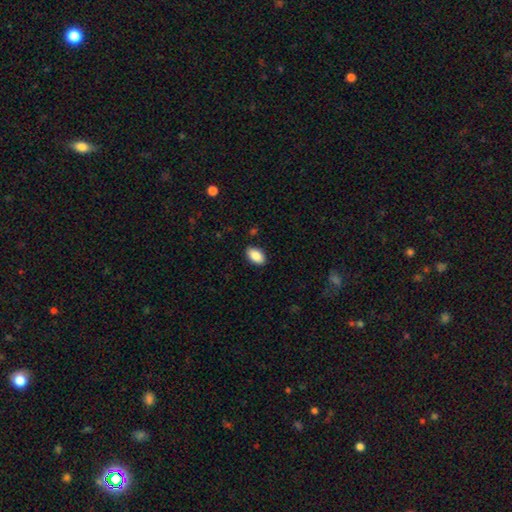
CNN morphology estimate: Smooth or featured? smooth (89%)
How rounded? in between (94%)
Merging? none (88%)